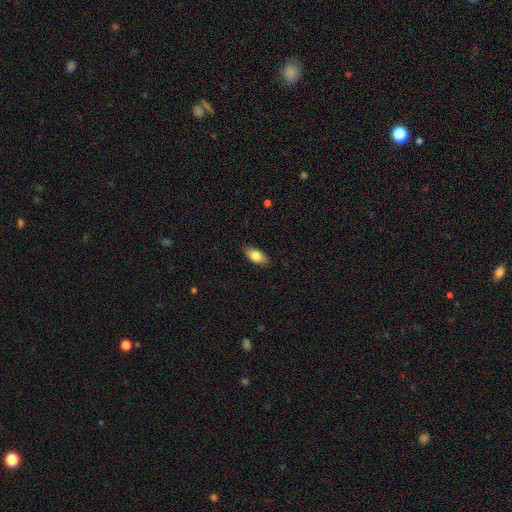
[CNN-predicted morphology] A smooth galaxy with no disk features (79%) that is in between round and cigar-shaped (88%). Merging: none (88%).